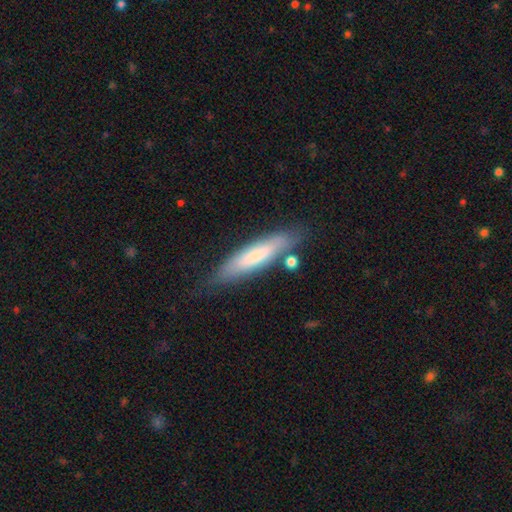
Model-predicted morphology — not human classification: smooth_or_featured: smooth (p=0.68) [alt: featured or disk p=0.26]
how_rounded: cigar-shaped (p=0.80) [alt: in between p=0.19]
merging: none (p=0.75) [alt: minor disturbance p=0.16]